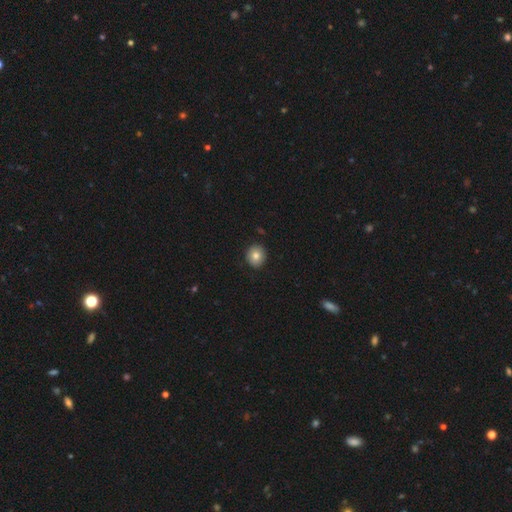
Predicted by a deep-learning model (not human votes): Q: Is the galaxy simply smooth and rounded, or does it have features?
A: smooth — 80%.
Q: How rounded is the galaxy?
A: round — 83%.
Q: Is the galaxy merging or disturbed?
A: none — 90%.